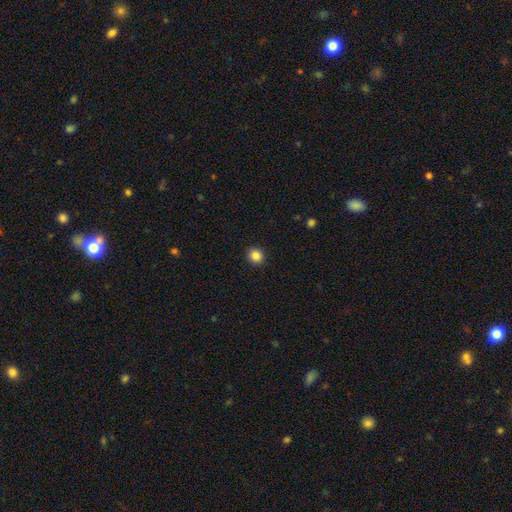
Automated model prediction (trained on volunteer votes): Smooth or featured: smooth — 86% (star or artifact — 11%)
How rounded: round — 91% (in between — 8%)
Merging: none — 92% (minor disturbance — 5%)